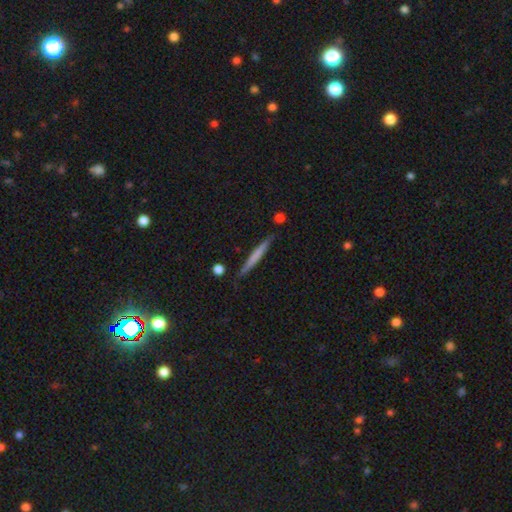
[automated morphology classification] Smooth or featured?
  - smooth: 57% *
  - featured or disk: 37%
  - star or artifact: 5%
How rounded?
  - cigar-shaped: 96% *
  - in between: 3%
  - round: 1%
Merging?
  - none: 85% *
  - minor disturbance: 10%
  - merger: 2%
  - major disturbance: 2%